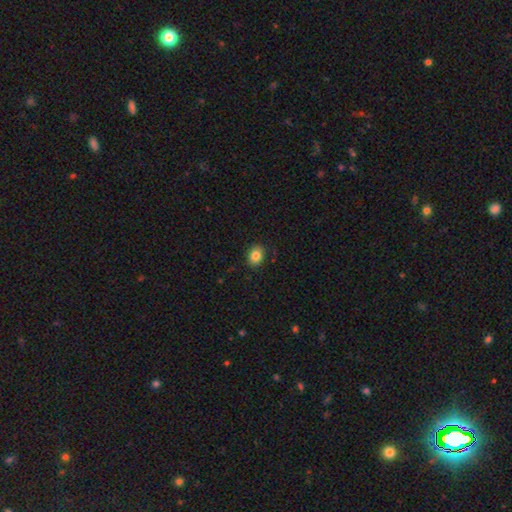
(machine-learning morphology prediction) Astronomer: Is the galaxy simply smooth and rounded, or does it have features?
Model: smooth — 84%.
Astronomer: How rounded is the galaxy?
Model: in between — 56% (runner-up: round, 43%).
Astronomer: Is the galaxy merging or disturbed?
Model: none — 88%.